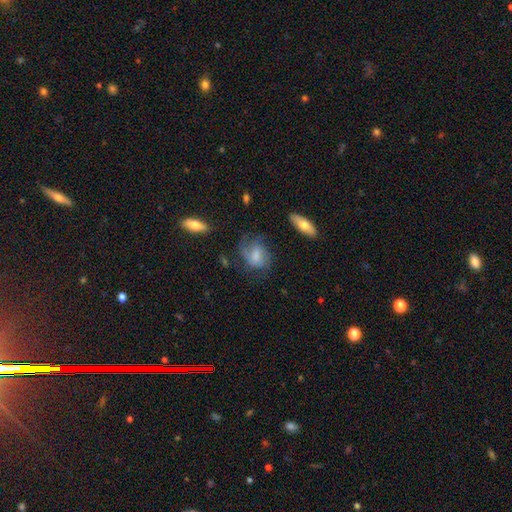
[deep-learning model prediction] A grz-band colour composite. It shows a smooth galaxy with no disk features (48%). Merging: none (49%).